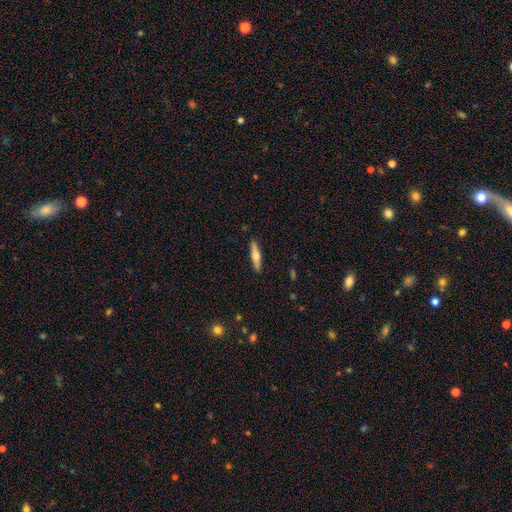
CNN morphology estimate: A smooth galaxy with no disk features (54%) that is cigar-shaped (82%). Merging: none (90%).